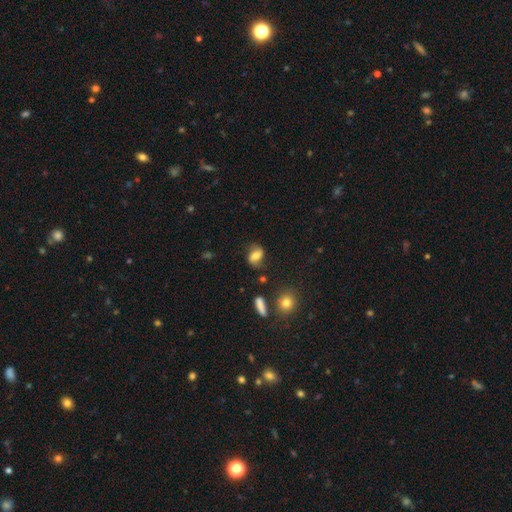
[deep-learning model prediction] Smooth or featured?
  - smooth: 54% *
  - featured or disk: 36%
  - star or artifact: 10%
How rounded?
  - in between: 73% *
  - round: 24%
  - cigar-shaped: 4%
Merging?
  - none: 71% *
  - minor disturbance: 19%
  - major disturbance: 7%
  - merger: 3%